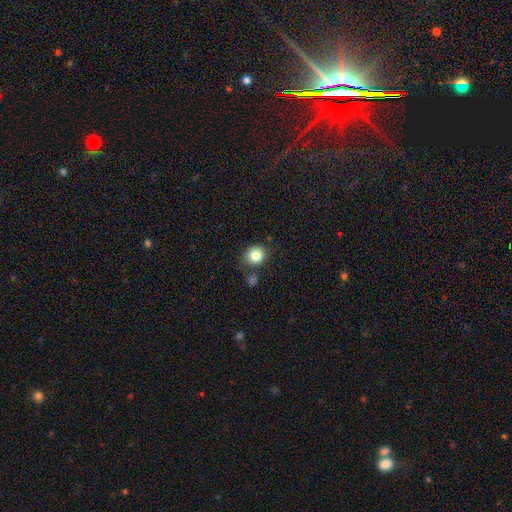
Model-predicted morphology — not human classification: This is clearly a smooth galaxy (83%). How rounded: clearly round (85%). Merging: likely none (76%).